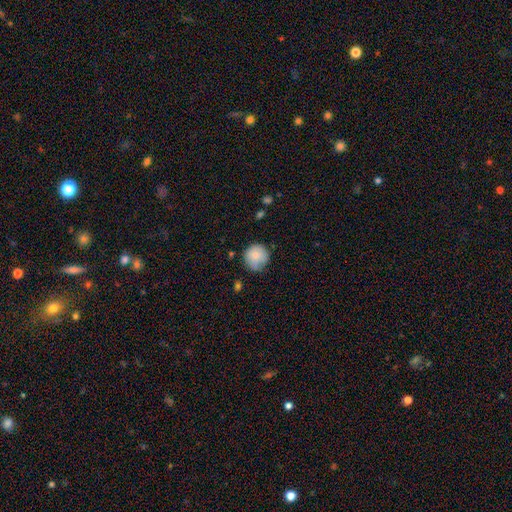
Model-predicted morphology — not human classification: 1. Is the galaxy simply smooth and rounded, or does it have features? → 81% smooth, 12% featured or disk, 8% star or artifact.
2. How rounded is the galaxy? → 90% round, 9% in between, 1% cigar-shaped.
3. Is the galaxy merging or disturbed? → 63% none, 29% minor disturbance, 6% major disturbance, 2% merger.